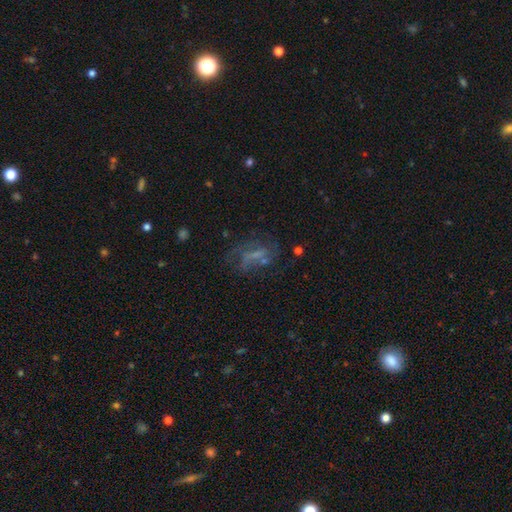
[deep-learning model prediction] Morphology: type=featured or disk (53%); edge-on=no (91%); merging=none (46%).